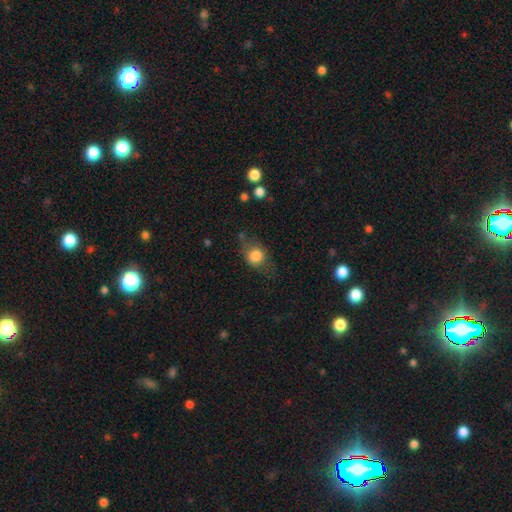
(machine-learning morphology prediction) Smooth or featured: smooth — 77% (featured or disk — 14%)
How rounded: round — 61% (in between — 37%)
Merging: none — 60% (minor disturbance — 25%)